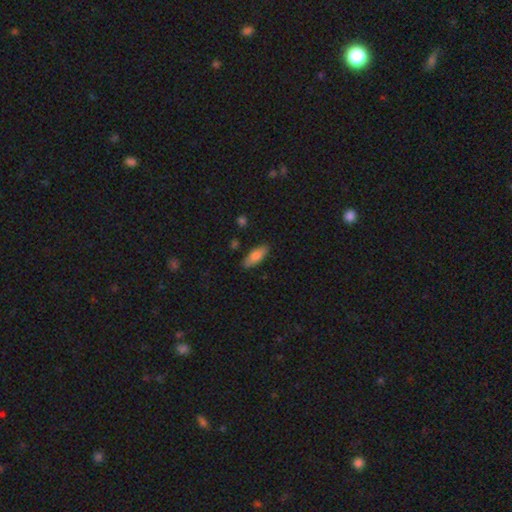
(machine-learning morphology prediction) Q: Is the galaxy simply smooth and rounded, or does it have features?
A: smooth — 80%.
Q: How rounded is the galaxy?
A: in between — 66%.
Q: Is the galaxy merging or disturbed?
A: none — 85%.